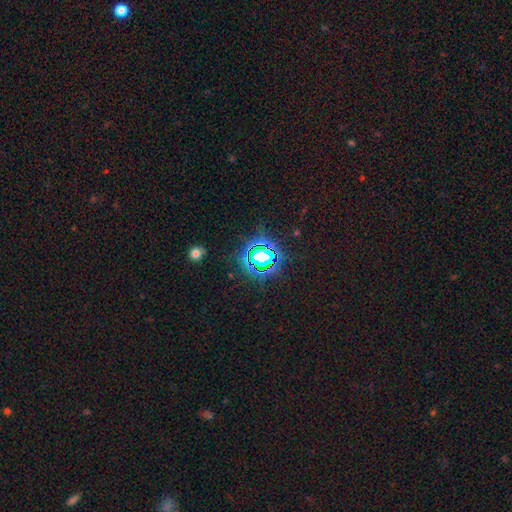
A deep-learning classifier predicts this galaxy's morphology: A star or artifact, not a galaxy (79%).

Vote fractions:
- Smooth or featured? star or artifact: 79% / smooth: 13% / featured or disk: 8%